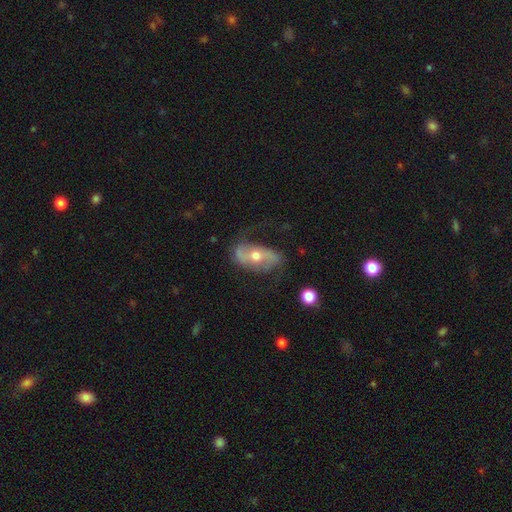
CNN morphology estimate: Smooth or featured?
  - featured or disk: 76% *
  - smooth: 17%
  - star or artifact: 7%
Edge-on disk?
  - no: 91% *
  - yes: 9%
Bar?
  - no: 41% *
  - weak: 30%
  - strong: 28%
Spiral arms?
  - yes: 85% *
  - no: 15%
Spiral winding?
  - loose: 57% *
  - medium: 31%
  - tight: 13%
Spiral arm count?
  - 2: 87% *
  - can't tell: 6%
  - 1: 4%
  - 3: 1%
  - 4: 1%
  - more than 4: 1%
Bulge size?
  - moderate: 70% *
  - small: 24%
  - large: 4%
  - none: 1%
  - dominant: 1%
Merging?
  - none: 63% *
  - minor disturbance: 22%
  - major disturbance: 14%
  - merger: 2%